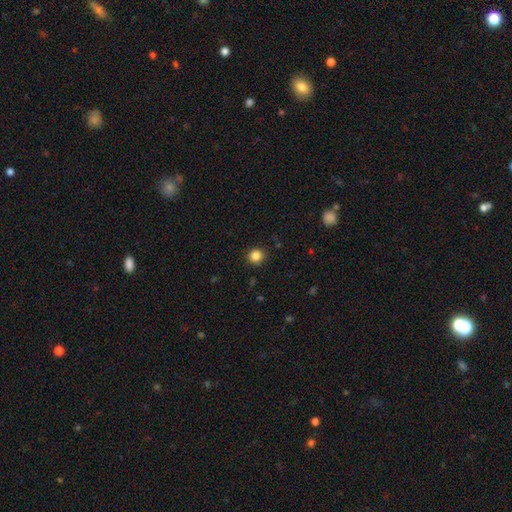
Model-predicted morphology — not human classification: A smooth galaxy with no disk features (85%) that is round (91%).

Vote fractions:
- Smooth or featured? smooth: 85% / star or artifact: 12% / featured or disk: 4%
- How rounded? round: 91% / in between: 8% / cigar-shaped: 1%
- Merging? none: 90% / minor disturbance: 7% / major disturbance: 2% / merger: 1%